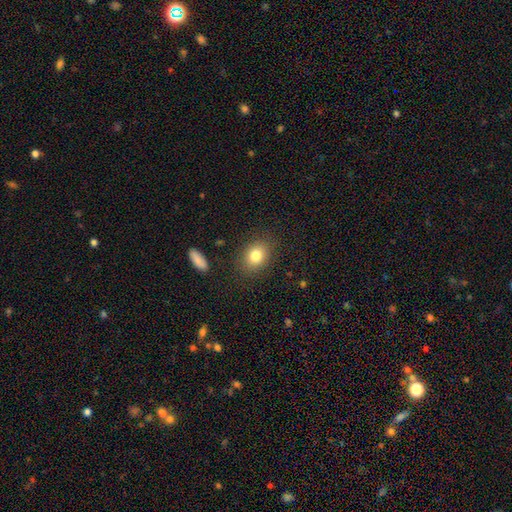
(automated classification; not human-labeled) smooth 81%, featured or disk 10%, star or artifact 10%. Down the decision tree: how rounded — in between (59%); merging — none (84%).